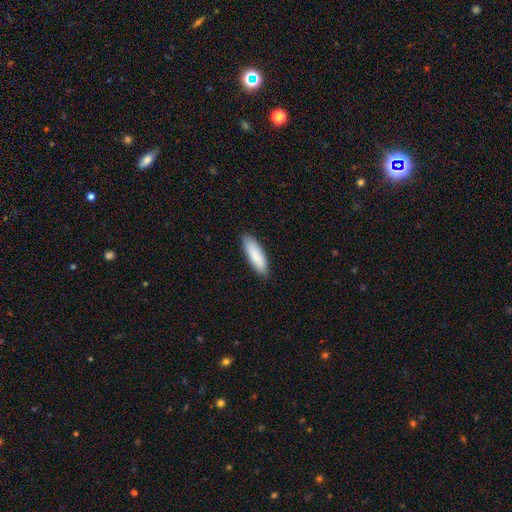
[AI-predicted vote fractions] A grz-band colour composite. It shows a smooth galaxy with no disk features (88%) that is cigar-shaped (50%). Merging: none (88%).